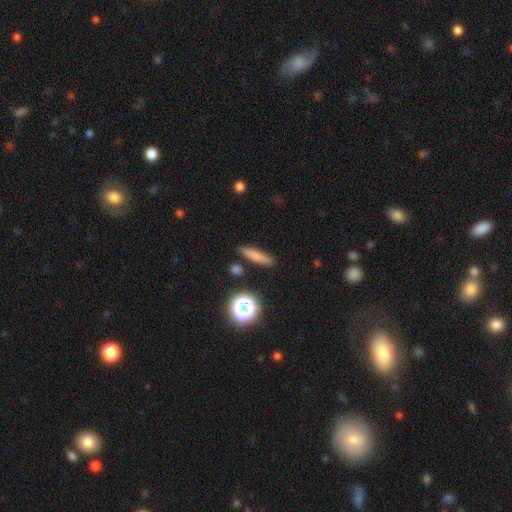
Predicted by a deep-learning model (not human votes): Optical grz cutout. It shows a smooth galaxy with no disk features (76%) that is cigar-shaped (78%). Merging: none (86%).